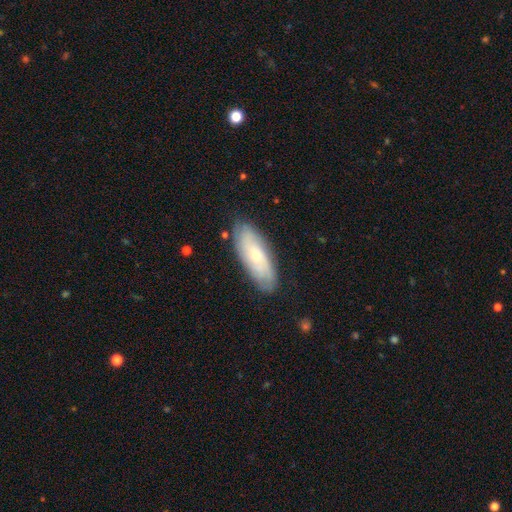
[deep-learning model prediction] Smooth or featured: featured or disk — 48% (smooth — 46%)
Merging: none — 81% (minor disturbance — 15%)